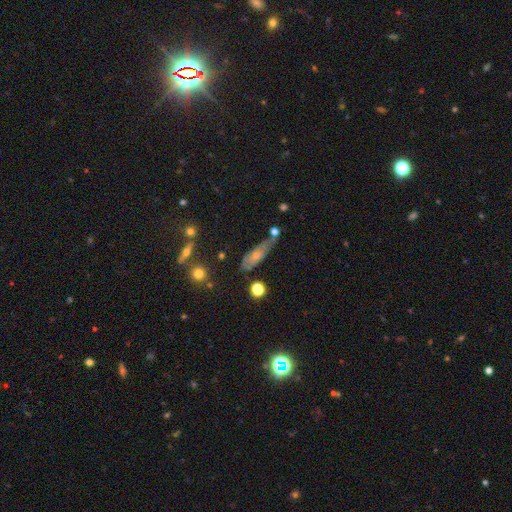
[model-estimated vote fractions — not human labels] Smooth or featured?
  - smooth: 54% *
  - featured or disk: 37%
  - star or artifact: 8%
How rounded?
  - in between: 48% * (tied)
  - cigar-shaped: 48% * (tied)
  - round: 4%
Merging?
  - none: 51% *
  - minor disturbance: 29%
  - major disturbance: 11%
  - merger: 10%